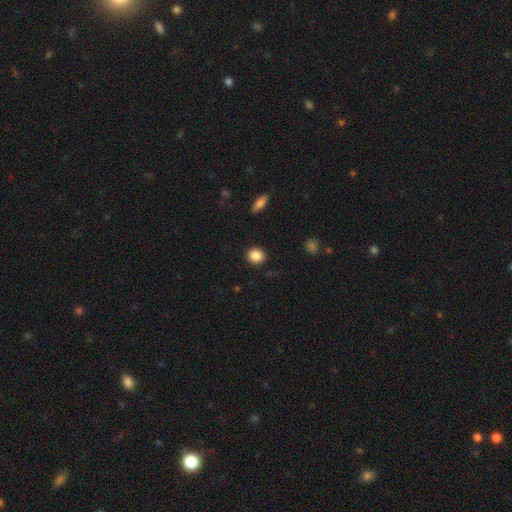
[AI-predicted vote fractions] smooth-or-featured: smooth: 87% | star or artifact: 9% | featured or disk: 4%
  how-rounded: round: 78% | in between: 21% | cigar-shaped: 1%
  merging: none: 91% | minor disturbance: 6% | major disturbance: 2% | merger: 1%